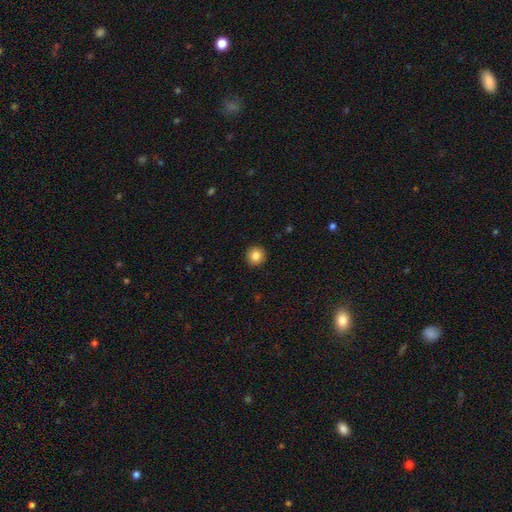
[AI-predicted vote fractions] Q: Smooth or featured?
A: smooth (84%); runner-up: star or artifact (10%)
Q: How rounded?
A: round (95%); runner-up: in between (4%)
Q: Merging?
A: none (93%); runner-up: minor disturbance (5%)